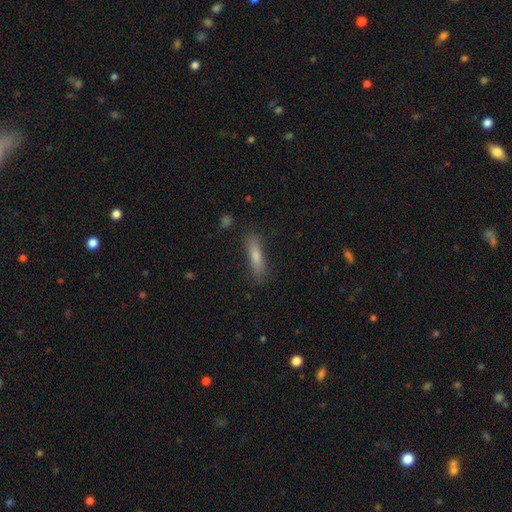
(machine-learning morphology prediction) The model was most divided on "smooth or featured": smooth: 66%, featured or disk: 25%, star or artifact: 9%. More confident: merging — none (83%); how rounded — cigar-shaped (83%).